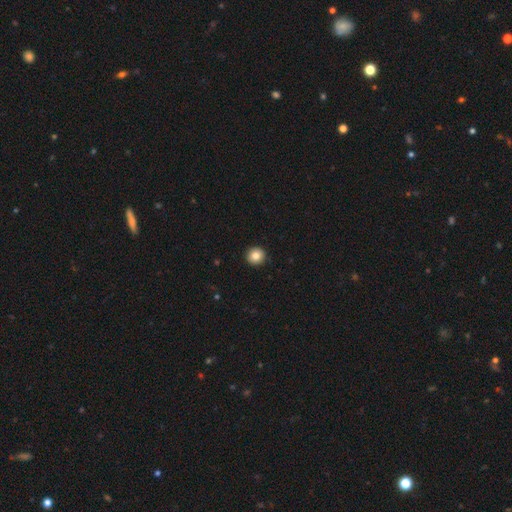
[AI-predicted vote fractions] Morphology: type=smooth (84%); roundness=round (94%); merging=none (93%).